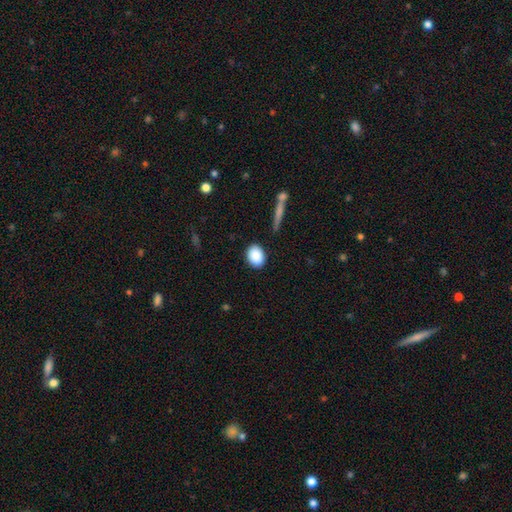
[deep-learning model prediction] A smooth galaxy with no disk features (89%) that is in between round and cigar-shaped (66%).

Vote fractions:
- Smooth or featured? smooth: 89% / star or artifact: 7% / featured or disk: 4%
- How rounded? in between: 66% / round: 32% / cigar-shaped: 2%
- Merging? none: 88% / minor disturbance: 8% / major disturbance: 2% / merger: 2%